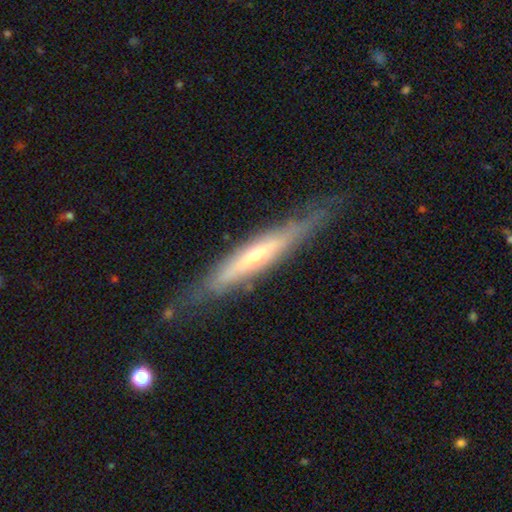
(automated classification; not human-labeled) Morphology: type=featured or disk (68%); edge-on=yes (83%); edge-on bulge=rounded (59%); merging=none (75%).